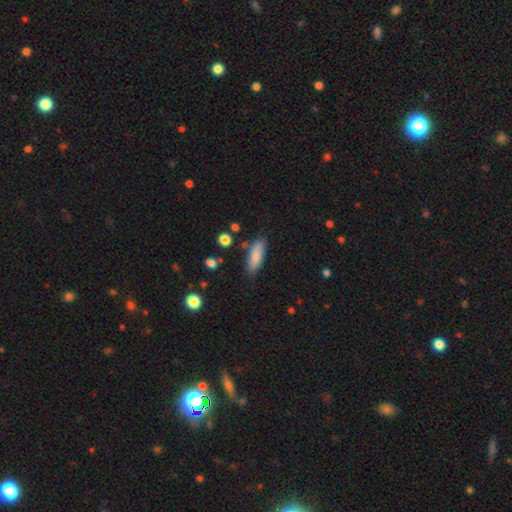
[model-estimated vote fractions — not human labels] The model was most divided on "how rounded": in between: 62%, cigar-shaped: 36%, round: 2%. More confident: smooth or featured — smooth (82%); merging — none (80%).